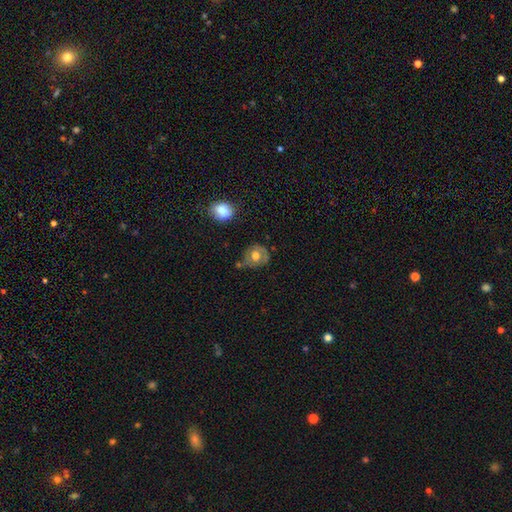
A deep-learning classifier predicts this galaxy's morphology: type=smooth (51%); roundness=round (72%); merging=none (57%).